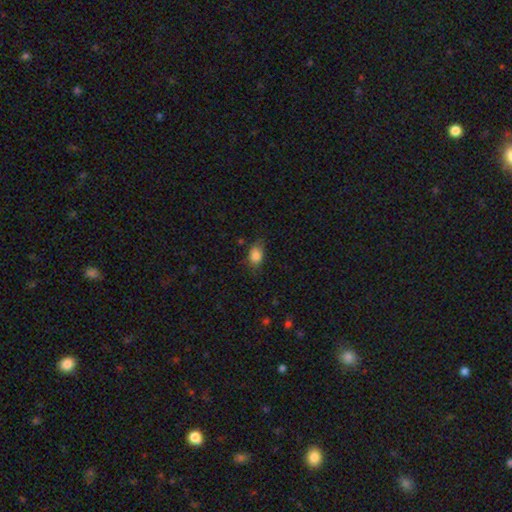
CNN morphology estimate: Smooth or featured?
  - smooth: 84% *
  - star or artifact: 9%
  - featured or disk: 7%
How rounded?
  - in between: 75% *
  - round: 23%
  - cigar-shaped: 2%
Merging?
  - none: 67% *
  - minor disturbance: 25%
  - major disturbance: 6%
  - merger: 1%